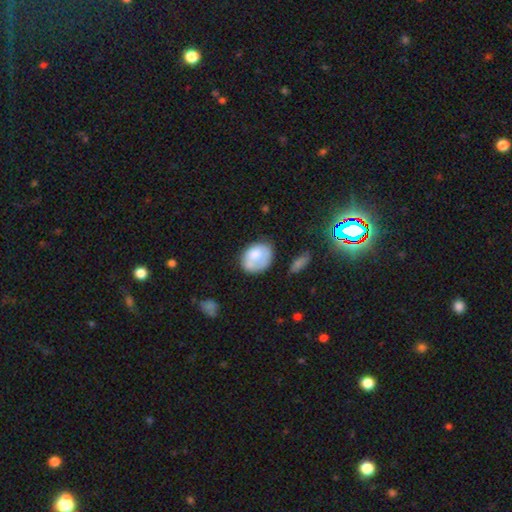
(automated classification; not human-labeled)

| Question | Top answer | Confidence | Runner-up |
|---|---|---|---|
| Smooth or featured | smooth | 74% | featured or disk (19%) |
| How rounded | in between | 63% | round (36%) |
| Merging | none | 51% | minor disturbance (28%) |